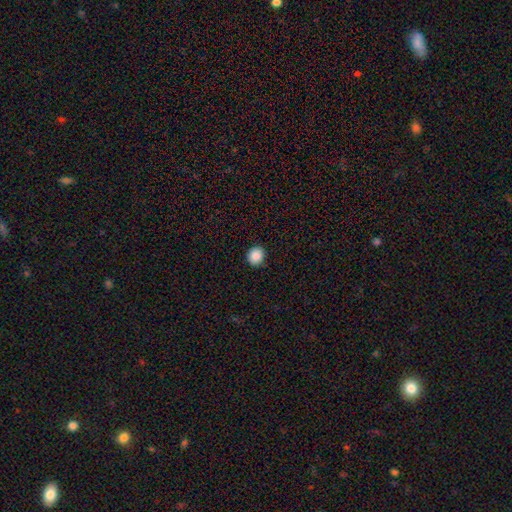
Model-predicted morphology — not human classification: smooth 89%, star or artifact 9%, featured or disk 3%. Down the decision tree: how rounded — round (82%); merging — none (90%).